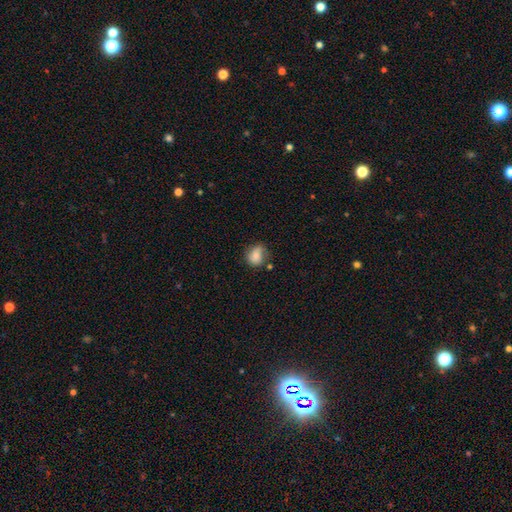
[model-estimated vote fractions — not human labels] This appears to be a smooth galaxy with no disk features (75%) that is round (57%). Merging: none (56%).